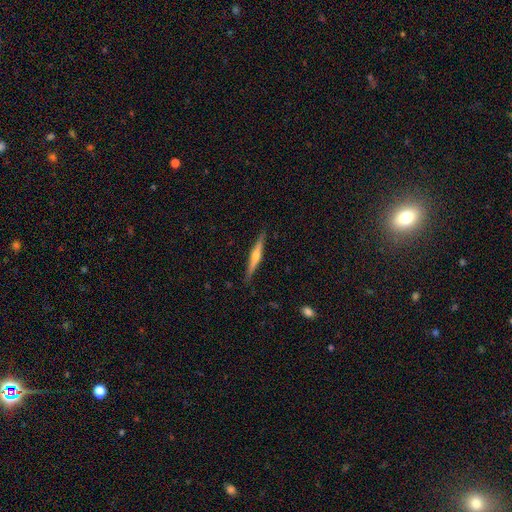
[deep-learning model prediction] A featured or disk galaxy (61%) viewed edge-on (97%) with a rounded central bulge (79%).

Vote fractions:
- Smooth or featured? featured or disk: 61% / smooth: 33% / star or artifact: 6%
- Edge-on disk? yes: 97% / no: 3%
- Edge-on bulge? rounded: 79% / none: 13% / boxy: 7%
- Merging? none: 88% / minor disturbance: 9% / major disturbance: 2% / merger: 1%